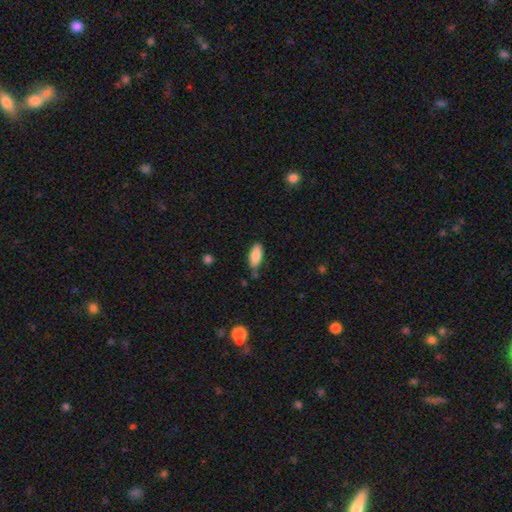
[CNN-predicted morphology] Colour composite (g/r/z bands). It shows a smooth galaxy with no disk features (85%) that is in between round and cigar-shaped (83%). Merging: none (74%).